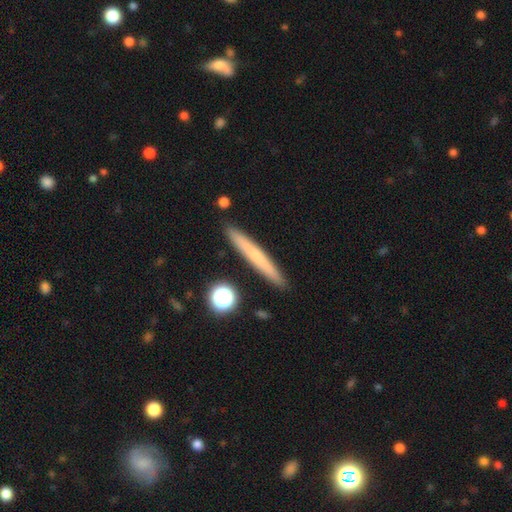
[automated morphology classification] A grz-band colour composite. It shows a smooth galaxy with no disk features (58%) that is cigar-shaped (96%). Merging: none (90%).